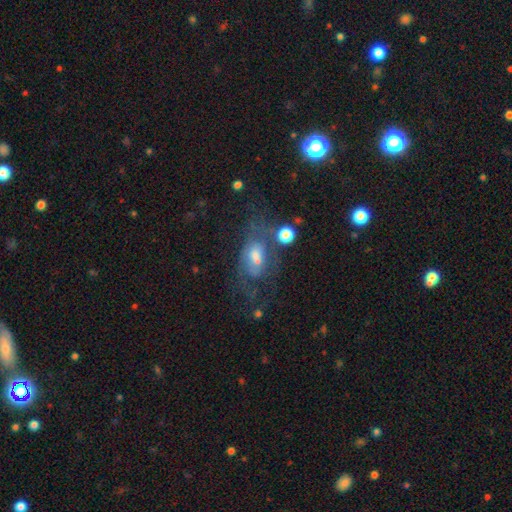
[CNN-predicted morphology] type=featured or disk (51%); edge-on=no (93%); merging=none (35%).